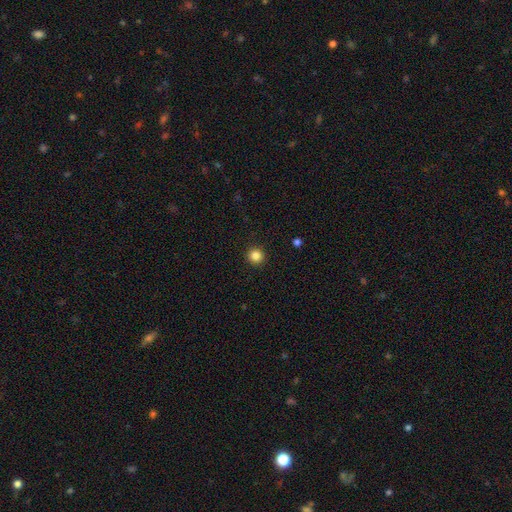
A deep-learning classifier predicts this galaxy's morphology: Overall: smooth (84%). How rounded: round (95%). Merging: none (93%).